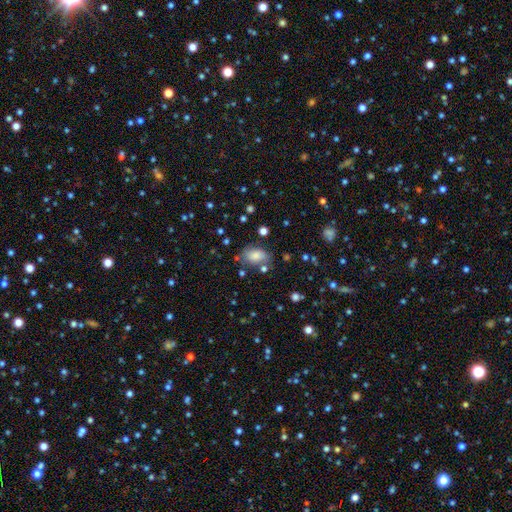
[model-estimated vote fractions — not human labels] Smooth or featured?
  - smooth: 79% *
  - featured or disk: 11%
  - star or artifact: 10%
How rounded?
  - in between: 85% *
  - round: 13%
  - cigar-shaped: 2%
Merging?
  - none: 64% *
  - minor disturbance: 21%
  - major disturbance: 8%
  - merger: 7%